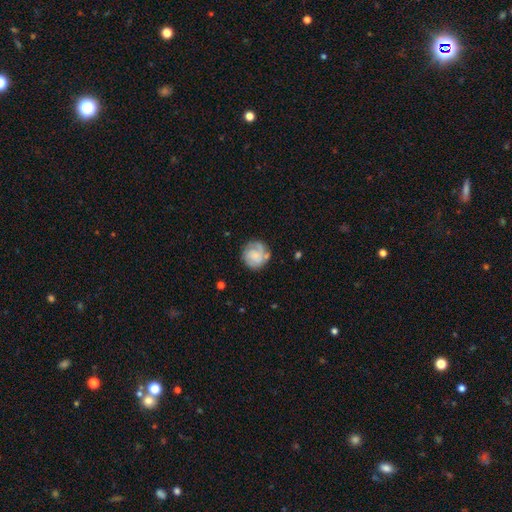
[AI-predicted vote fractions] Smooth or featured: featured or disk — 49% (smooth — 43%)
Merging: none — 68% (minor disturbance — 20%)